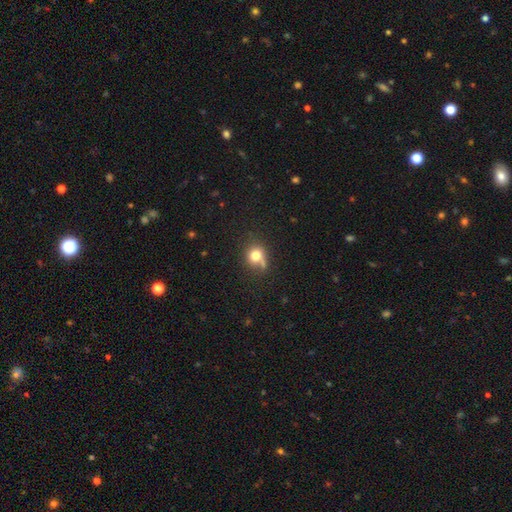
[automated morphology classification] Q: Smooth or featured?
A: smooth (77%); runner-up: star or artifact (12%)
Q: How rounded?
A: round (77%); runner-up: in between (22%)
Q: Merging?
A: none (55%); runner-up: minor disturbance (20%)